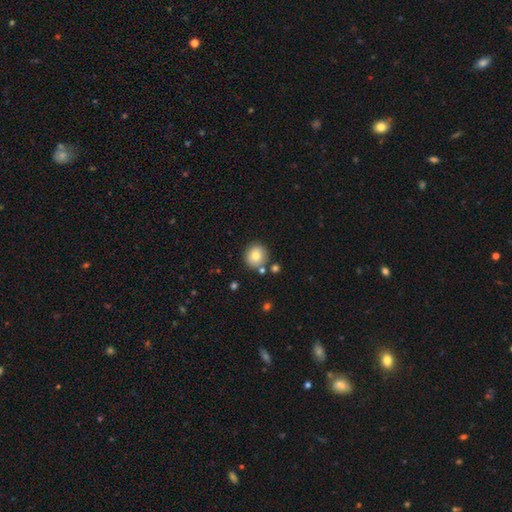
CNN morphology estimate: Q: Smooth or featured?
A: smooth (78%); runner-up: featured or disk (12%)
Q: How rounded?
A: round (91%); runner-up: in between (9%)
Q: Merging?
A: none (82%); runner-up: minor disturbance (9%)